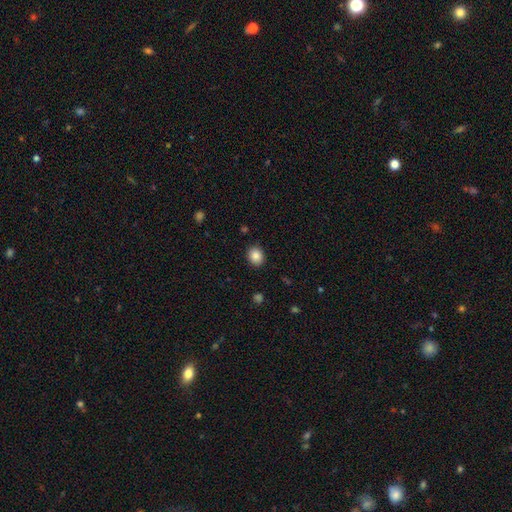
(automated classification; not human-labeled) This is clearly a smooth galaxy (86%). How rounded: possibly round (59%). Merging: clearly none (90%).